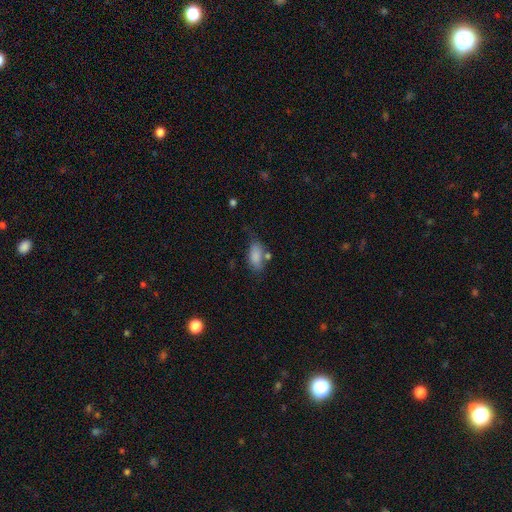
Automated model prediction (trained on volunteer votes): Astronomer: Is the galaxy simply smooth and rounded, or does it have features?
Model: smooth — 83%.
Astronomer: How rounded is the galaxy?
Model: in between — 89%.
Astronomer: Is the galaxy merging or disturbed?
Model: none — 55%.